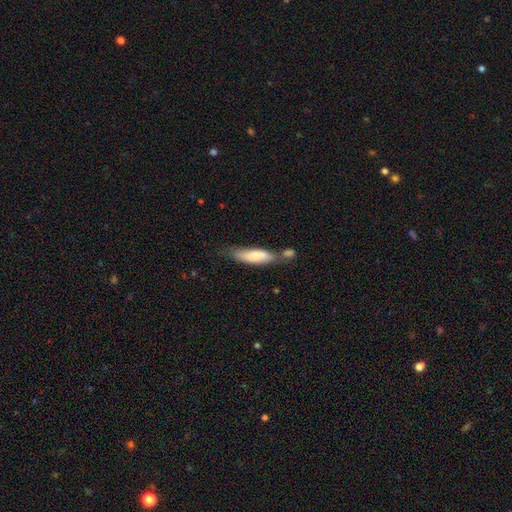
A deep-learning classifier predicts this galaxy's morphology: A smooth galaxy with no disk features (73%) that is cigar-shaped (65%).

Vote fractions:
- Smooth or featured? smooth: 73% / featured or disk: 22% / star or artifact: 5%
- How rounded? cigar-shaped: 65% / in between: 34% / round: 2%
- Merging? none: 42% / merger: 30% / minor disturbance: 21% / major disturbance: 6%